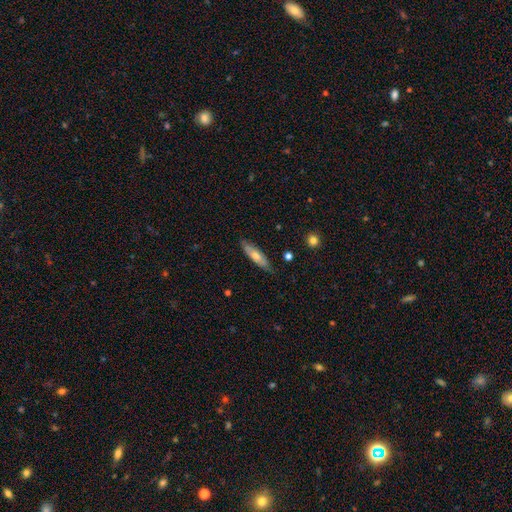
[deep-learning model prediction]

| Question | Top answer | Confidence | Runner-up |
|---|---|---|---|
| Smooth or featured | smooth | 58% | featured or disk (37%) |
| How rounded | cigar-shaped | 58% | in between (40%) |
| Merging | none | 81% | minor disturbance (15%) |